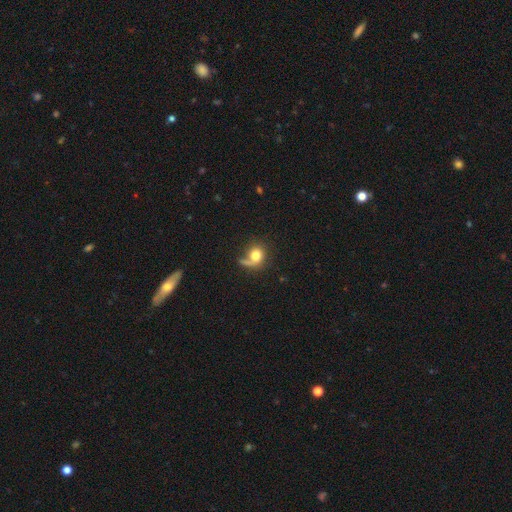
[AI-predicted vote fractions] This appears to be a smooth galaxy with no disk features (72%) that is round (72%). Merging: none (46%).